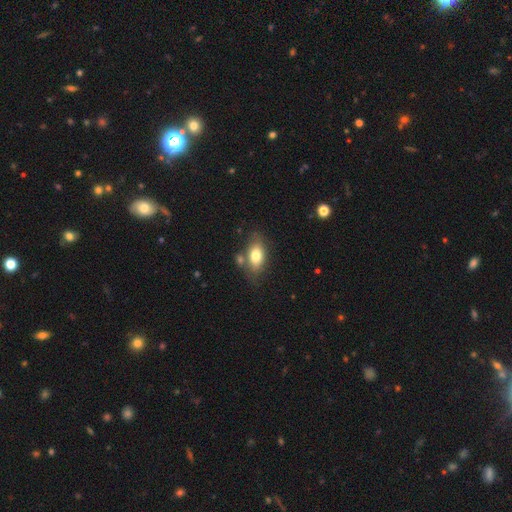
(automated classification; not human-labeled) Smooth or featured: smooth — 75% (featured or disk — 17%)
How rounded: in between — 88% (round — 8%)
Merging: none — 65% (minor disturbance — 17%)